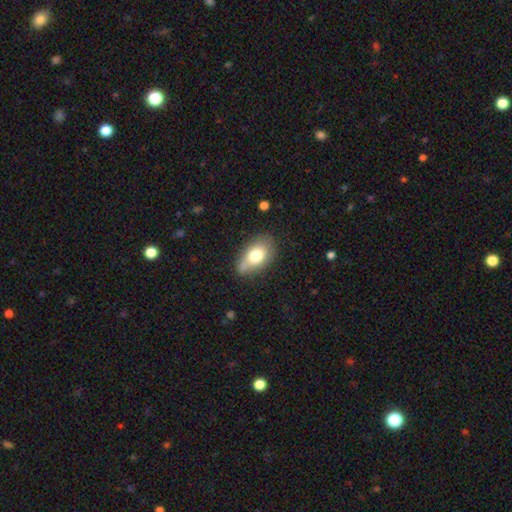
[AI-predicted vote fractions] Q: Smooth or featured?
A: smooth (74%); runner-up: featured or disk (18%)
Q: How rounded?
A: in between (86%); runner-up: round (11%)
Q: Merging?
A: none (61%); runner-up: minor disturbance (25%)